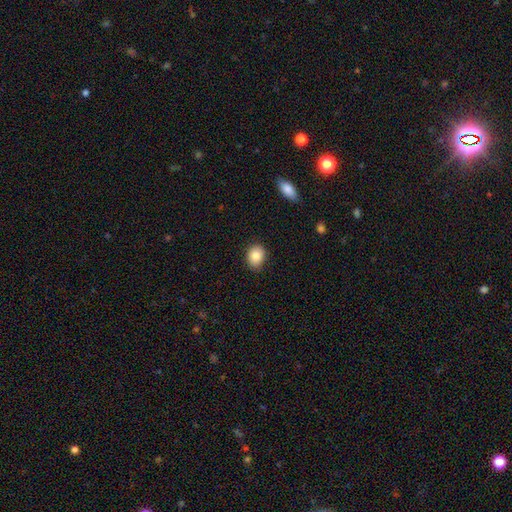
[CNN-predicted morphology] The model was most divided on "how rounded": round: 51%, in between: 48%, cigar-shaped: 1%. More confident: merging — none (86%); smooth or featured — smooth (83%).